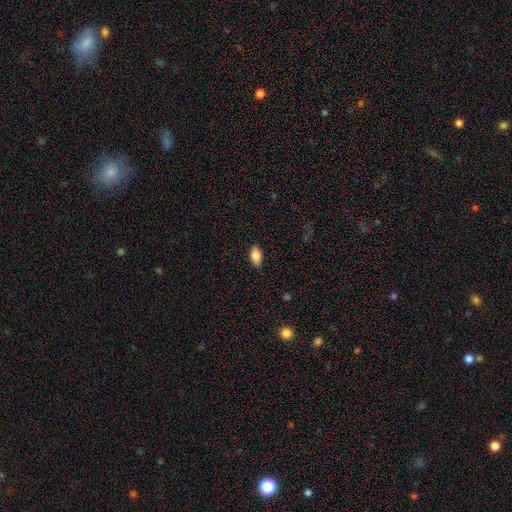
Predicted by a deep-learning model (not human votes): smooth 86%, star or artifact 7%, featured or disk 7%. Down the decision tree: how rounded — in between (92%); merging — none (88%).